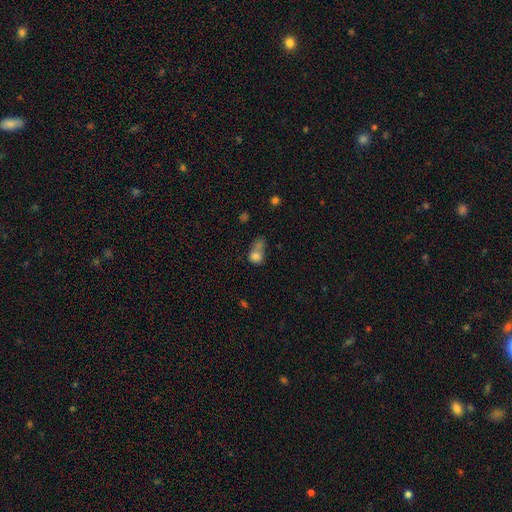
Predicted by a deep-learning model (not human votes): The model was most divided on "how rounded": round: 51%, in between: 47%, cigar-shaped: 2%. Remaining: smooth or featured — smooth (76%); merging — merger (49%).